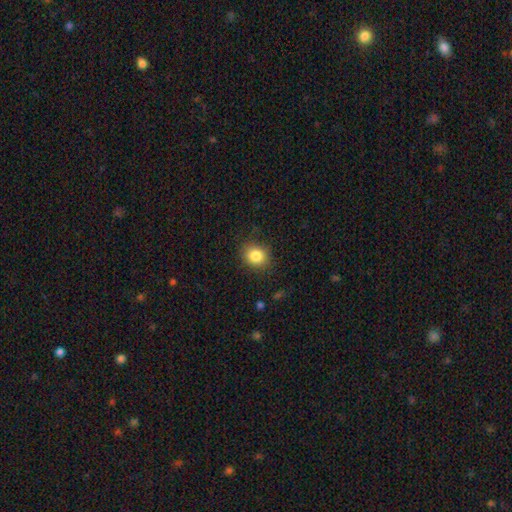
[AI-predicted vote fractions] This appears to be a smooth galaxy with no disk features (84%) that is round (66%). Merging: none (85%).